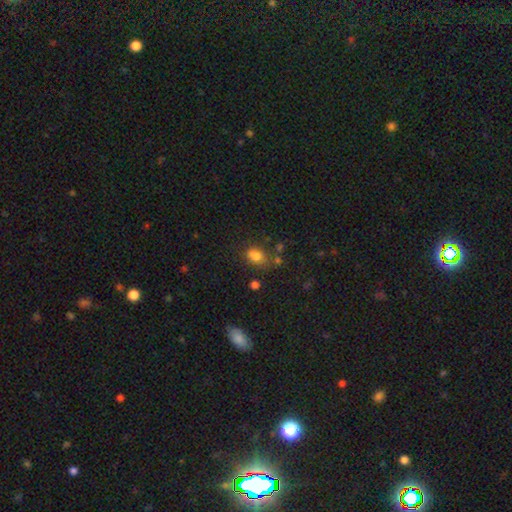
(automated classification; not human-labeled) smooth 79%, star or artifact 13%, featured or disk 8%. Down the decision tree: how rounded — in between (77%); merging — none (58%).